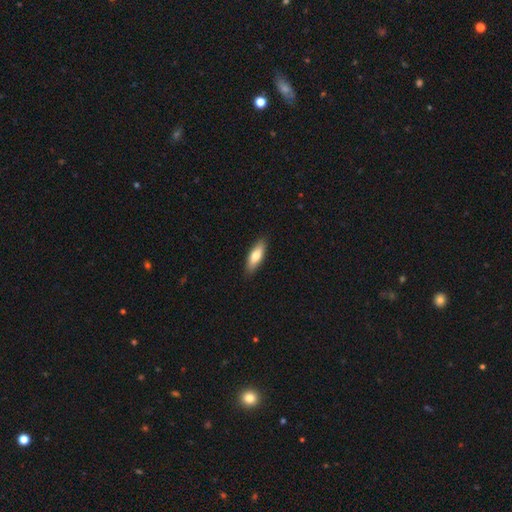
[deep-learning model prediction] A smooth galaxy with no disk features (72%) that is in between round and cigar-shaped (58%).

Vote fractions:
- Smooth or featured? smooth: 72% / featured or disk: 22% / star or artifact: 6%
- How rounded? in between: 58% / cigar-shaped: 40% / round: 2%
- Merging? none: 87% / minor disturbance: 10% / major disturbance: 2% / merger: 1%